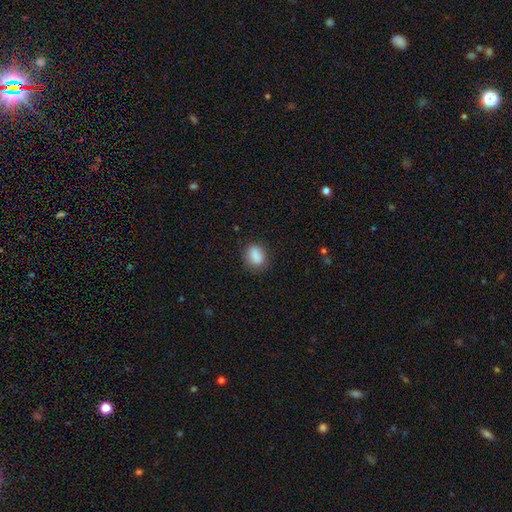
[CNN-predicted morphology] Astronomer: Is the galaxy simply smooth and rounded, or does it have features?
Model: smooth — 86%.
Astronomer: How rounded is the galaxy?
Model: in between — 63%.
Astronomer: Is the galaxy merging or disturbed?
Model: none — 79%.